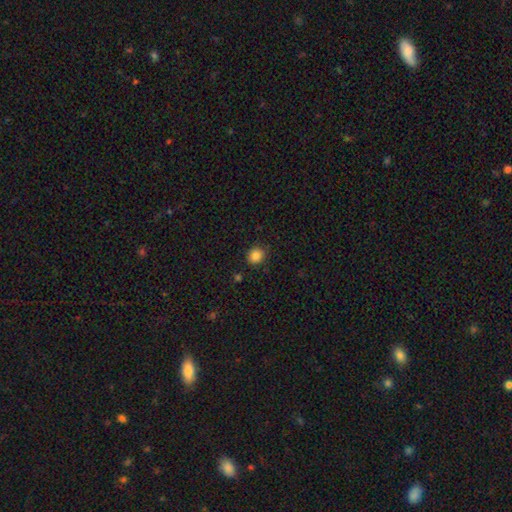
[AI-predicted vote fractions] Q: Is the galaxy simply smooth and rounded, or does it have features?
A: smooth — 85%.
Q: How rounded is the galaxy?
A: round — 85%.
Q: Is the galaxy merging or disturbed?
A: none — 86%.